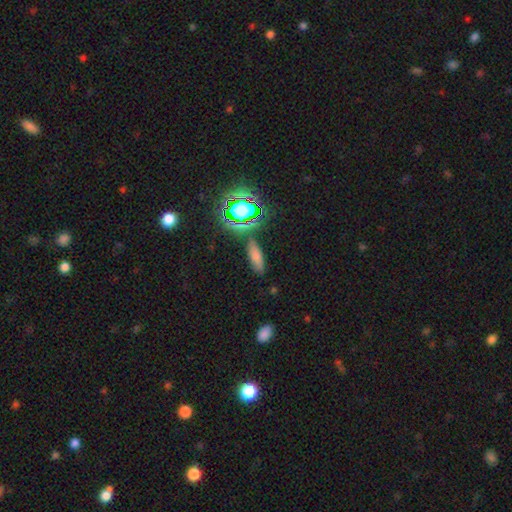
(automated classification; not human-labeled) Overall: smooth (67%). How rounded: in between (53%; cigar-shaped 42%). Merging: none (78%).